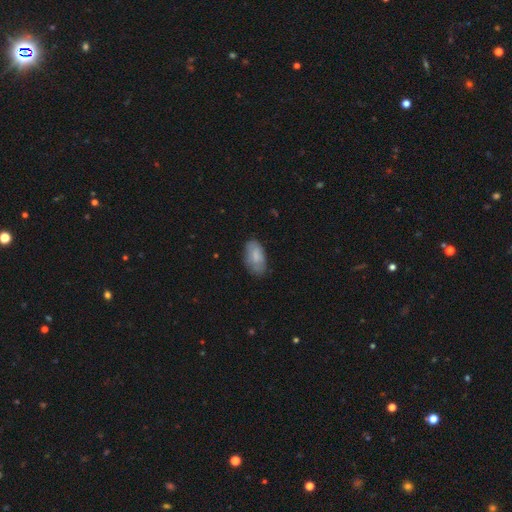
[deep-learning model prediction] A smooth galaxy with no disk features (77%) that is in between round and cigar-shaped (94%). Merging: none (68%).